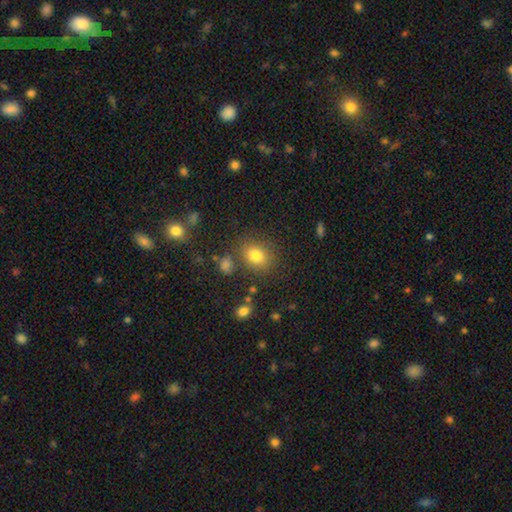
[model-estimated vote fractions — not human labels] Smooth or featured? Predicted: smooth (p=0.78). How rounded? Predicted: round (p=0.57). Merging? Predicted: none (p=0.78).